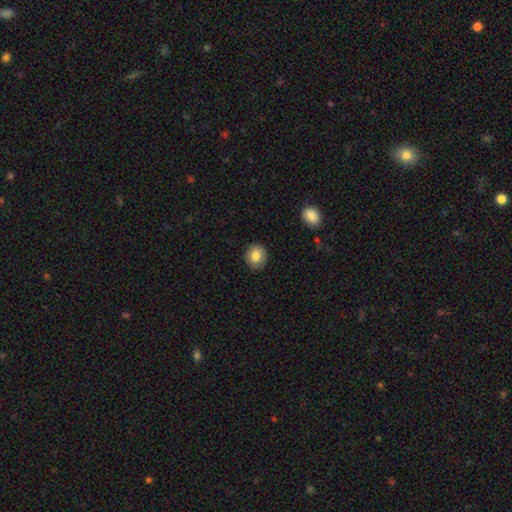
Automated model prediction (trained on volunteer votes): Smooth or featured: smooth — 81% (featured or disk — 10%)
How rounded: round — 77% (in between — 22%)
Merging: none — 89% (minor disturbance — 8%)